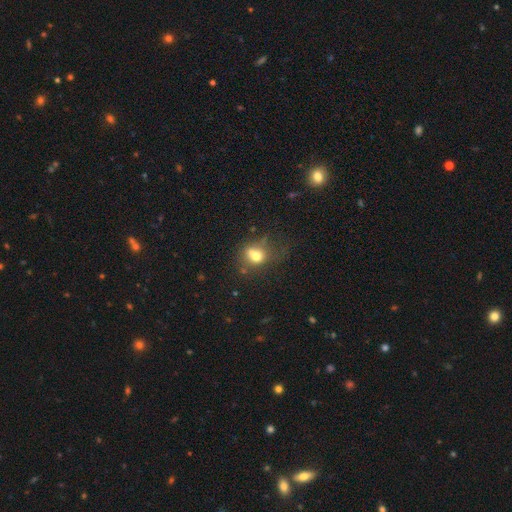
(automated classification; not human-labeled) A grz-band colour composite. It shows a smooth galaxy with no disk features (67%) that is in between round and cigar-shaped (49%, tied with round). Merging: none (40%).